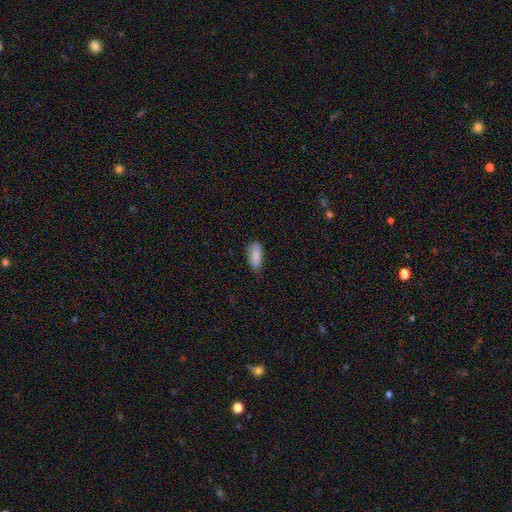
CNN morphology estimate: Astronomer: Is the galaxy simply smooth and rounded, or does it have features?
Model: smooth — 83%.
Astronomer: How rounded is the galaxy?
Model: in between — 84%.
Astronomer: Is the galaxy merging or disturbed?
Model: none — 63%.